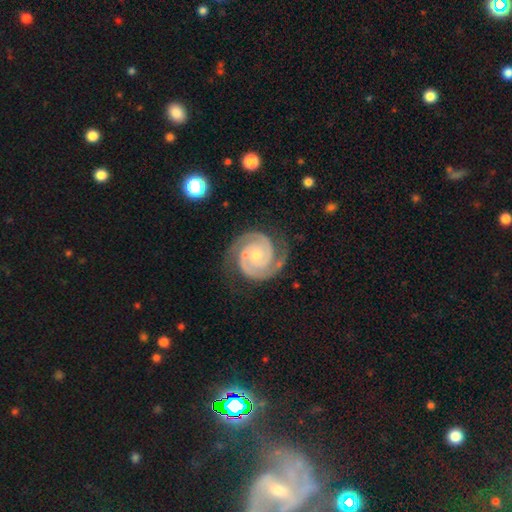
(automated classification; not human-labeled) smooth-or-featured: featured or disk: 94% | star or artifact: 4% | smooth: 3%
  disk-edge-on: no: 98% | yes: 2%
    bar: no: 72% | weak: 19% | strong: 9%
    has-spiral-arms: yes: 99% | no: 1%
      spiral-winding: tight: 76% | medium: 22% | loose: 2%
      spiral-arm-count: 2: 92% | 3: 3% | can't tell: 2% | 1: 1% | 4: 1% | more than 4: 1%
    bulge-size: small: 63% | moderate: 33% | none: 2% | large: 1% | dominant: 1%
  merging: none: 82% | minor disturbance: 13% | major disturbance: 4% | merger: 1%